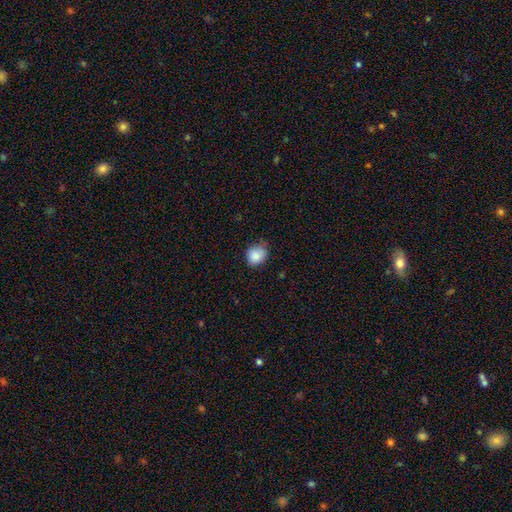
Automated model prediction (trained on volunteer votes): The model was most divided on "how rounded": round: 67%, in between: 33%, cigar-shaped: 1%. More confident: smooth or featured — smooth (86%); merging — none (67%).